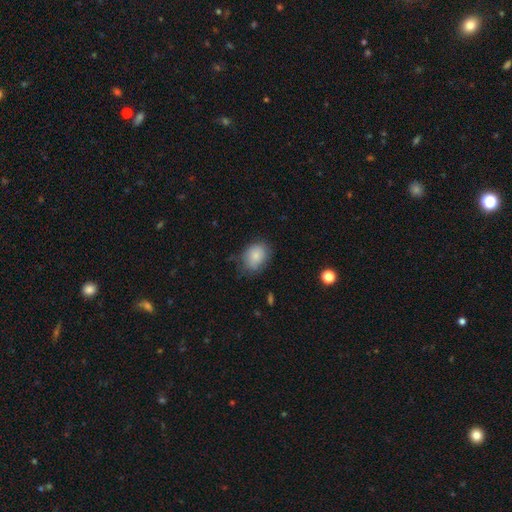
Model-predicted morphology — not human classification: The model was most divided on "how rounded": in between: 65%, round: 34%, cigar-shaped: 1%. More confident: smooth or featured — smooth (83%); merging — none (68%).